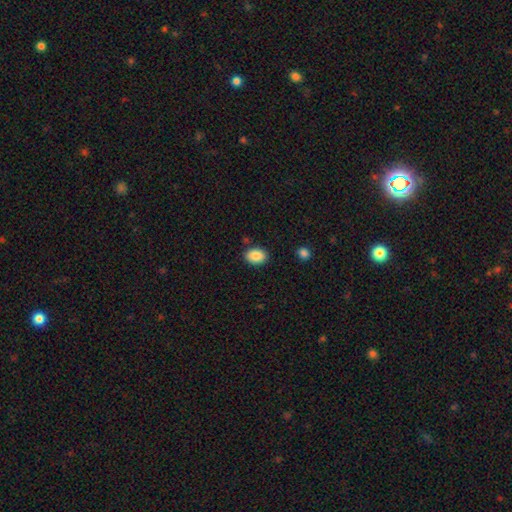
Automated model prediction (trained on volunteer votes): Smooth or featured: smooth — 88% (star or artifact — 8%)
How rounded: in between — 81% (round — 18%)
Merging: none — 86% (minor disturbance — 10%)